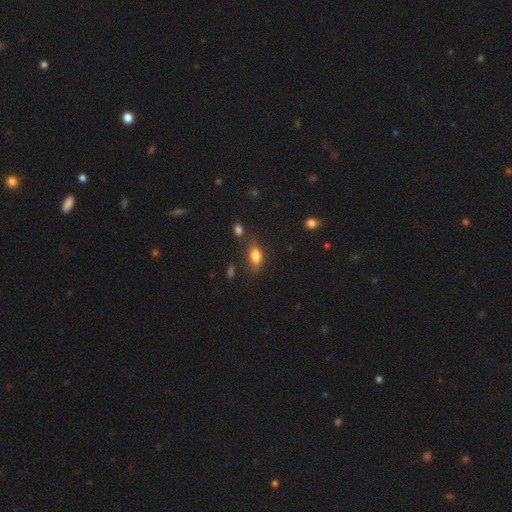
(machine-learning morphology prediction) smooth-or-featured: smooth: 77% | featured or disk: 13% | star or artifact: 10%
  how-rounded: in between: 81% | cigar-shaped: 11% | round: 8%
  merging: none: 67% | minor disturbance: 20% | merger: 7% | major disturbance: 6%